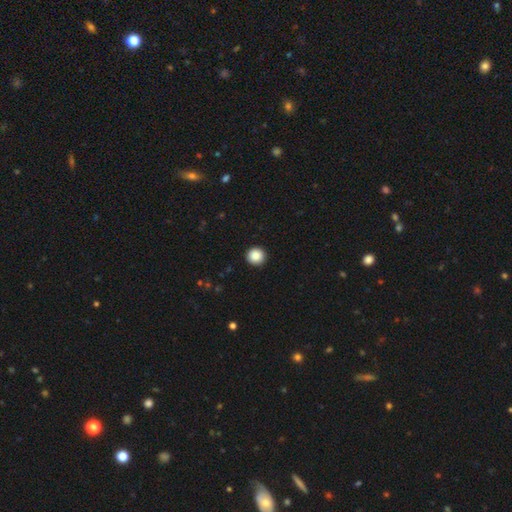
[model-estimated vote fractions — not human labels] A smooth galaxy with no disk features (88%) that is round (95%).

Vote fractions:
- Smooth or featured? smooth: 88% / star or artifact: 9% / featured or disk: 3%
- How rounded? round: 95% / in between: 4% / cigar-shaped: 1%
- Merging? none: 93% / minor disturbance: 4% / major disturbance: 1% / merger: 1%